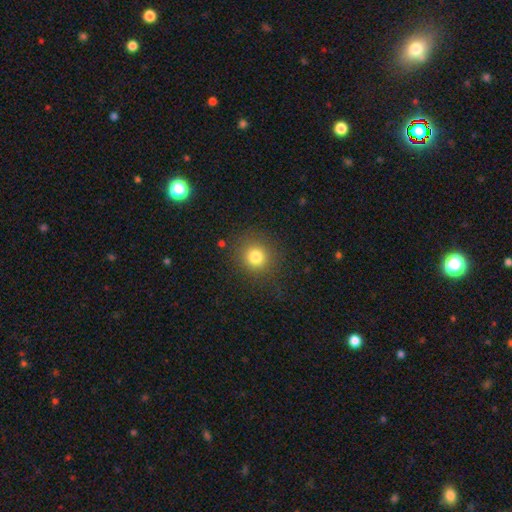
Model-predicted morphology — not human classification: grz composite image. It shows a smooth galaxy with no disk features (66%) that is round (92%). Merging: none (90%).